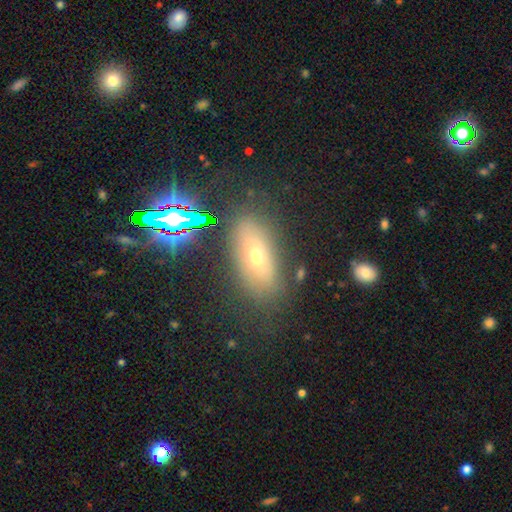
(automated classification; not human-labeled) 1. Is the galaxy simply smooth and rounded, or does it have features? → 51% smooth, 27% featured or disk, 21% star or artifact.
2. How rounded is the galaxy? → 76% in between, 17% cigar-shaped, 8% round.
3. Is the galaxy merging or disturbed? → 78% none, 13% minor disturbance, 6% major disturbance, 4% merger.